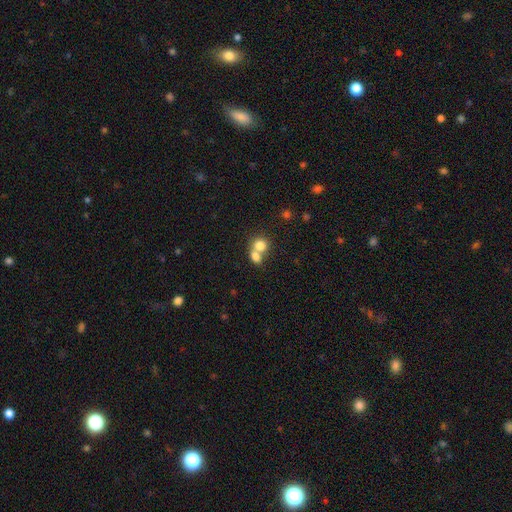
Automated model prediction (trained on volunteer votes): Overall: smooth (77%). How rounded: round (62%; in between 37%). Merging: merger (64%; none 28%).